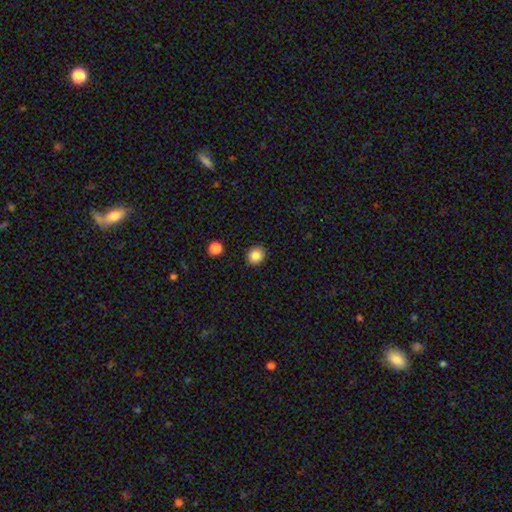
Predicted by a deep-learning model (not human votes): A smooth galaxy with no disk features (85%) that is round (82%).

Vote fractions:
- Smooth or featured? smooth: 85% / star or artifact: 10% / featured or disk: 5%
- How rounded? round: 82% / in between: 17% / cigar-shaped: 1%
- Merging? none: 91% / minor disturbance: 6% / major disturbance: 2% / merger: 1%